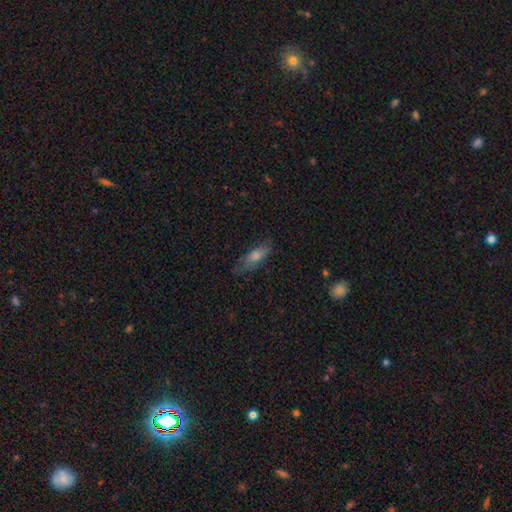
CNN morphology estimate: smooth_or_featured: smooth (p=0.59) [alt: featured or disk p=0.31]
how_rounded: in between (p=0.58) [alt: cigar-shaped p=0.39]
merging: none (p=0.71) [alt: minor disturbance p=0.21]